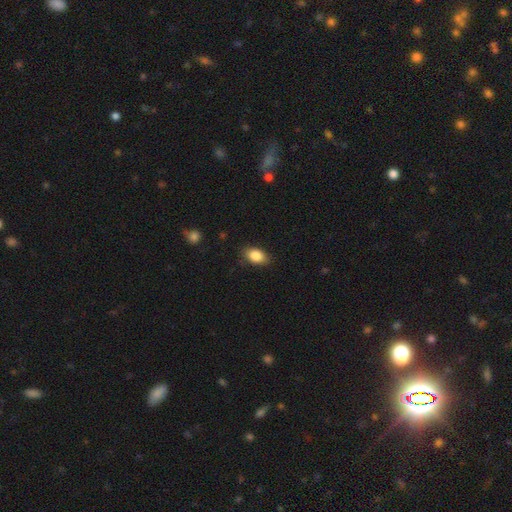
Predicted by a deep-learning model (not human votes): Smooth or featured? Predicted: smooth (p=0.86). How rounded? Predicted: in between (p=0.86). Merging? Predicted: none (p=0.82).